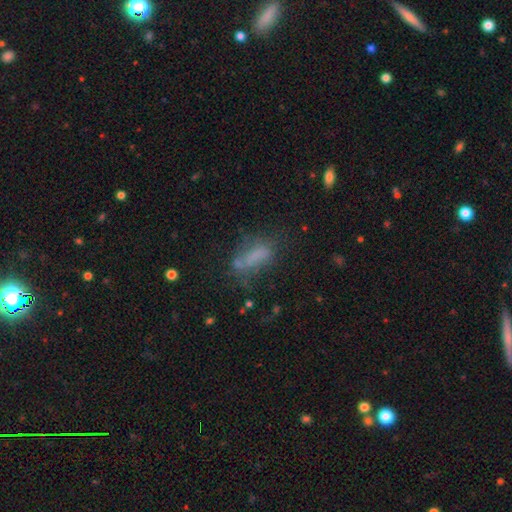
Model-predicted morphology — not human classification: smooth 61%, featured or disk 24%, star or artifact 15%. Down the decision tree: how rounded — in between (69%); merging — none (43%).